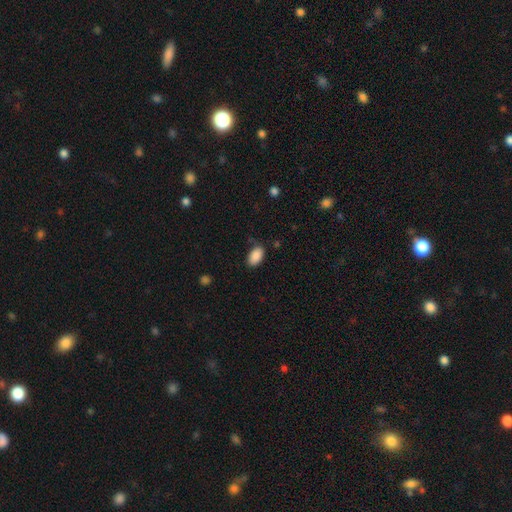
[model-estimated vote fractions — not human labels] A smooth galaxy with no disk features (89%) that is in between round and cigar-shaped (93%).

Vote fractions:
- Smooth or featured? smooth: 89% / star or artifact: 7% / featured or disk: 4%
- How rounded? in between: 93% / round: 6% / cigar-shaped: 1%
- Merging? none: 76% / minor disturbance: 18% / major disturbance: 4% / merger: 2%